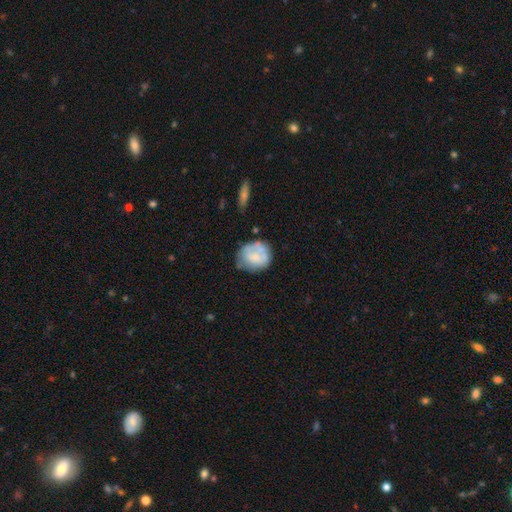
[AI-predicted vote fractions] smooth_or_featured: smooth (p=0.57) [alt: featured or disk p=0.35]
how_rounded: round (p=0.69) [alt: in between p=0.30]
merging: none (p=0.52) [alt: minor disturbance p=0.28]